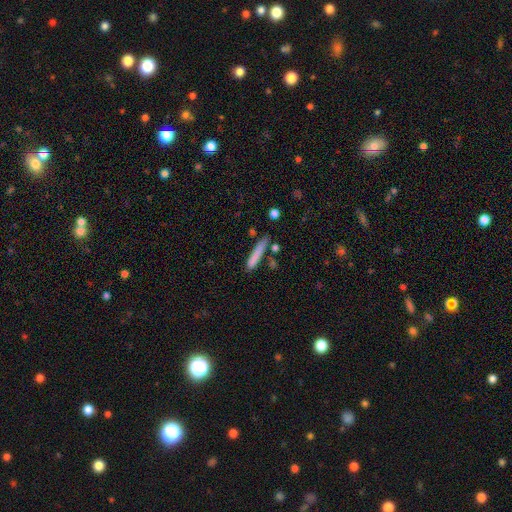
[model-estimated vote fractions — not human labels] smooth-or-featured: smooth: 80% | featured or disk: 13% | star or artifact: 7%
  how-rounded: cigar-shaped: 92% | in between: 6% | round: 2%
  merging: none: 76% | minor disturbance: 15% | merger: 6% | major disturbance: 4%